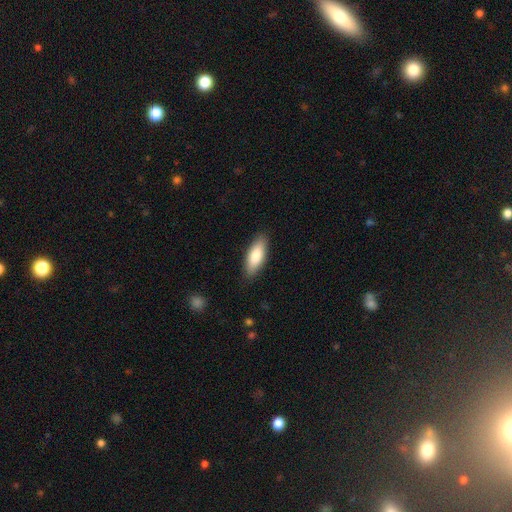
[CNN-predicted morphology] Smooth or featured?
  - smooth: 79% *
  - featured or disk: 15%
  - star or artifact: 5%
How rounded?
  - in between: 70% *
  - cigar-shaped: 28%
  - round: 2%
Merging?
  - none: 87% *
  - minor disturbance: 10%
  - major disturbance: 2%
  - merger: 1%